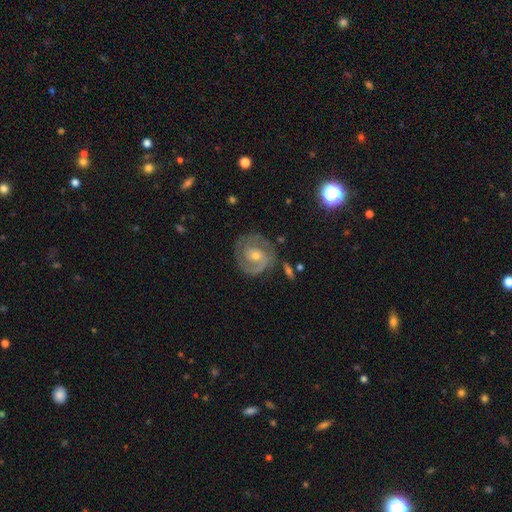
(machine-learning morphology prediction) Smooth or featured?
  - featured or disk: 86% *
  - smooth: 8%
  - star or artifact: 6%
Edge-on disk?
  - no: 98% *
  - yes: 2%
Bar?
  - no: 58% *
  - weak: 33%
  - strong: 9%
Spiral arms?
  - yes: 96% *
  - no: 4%
Spiral winding?
  - tight: 60% *
  - medium: 33%
  - loose: 7%
Spiral arm count?
  - 2: 72% *
  - can't tell: 10%
  - 3: 8%
  - 1: 6%
  - 4: 2%
  - more than 4: 2%
Bulge size?
  - small: 54% *
  - moderate: 42%
  - large: 2%
  - none: 1%
  - dominant: 1%
Merging?
  - none: 78% *
  - minor disturbance: 14%
  - major disturbance: 6%
  - merger: 2%